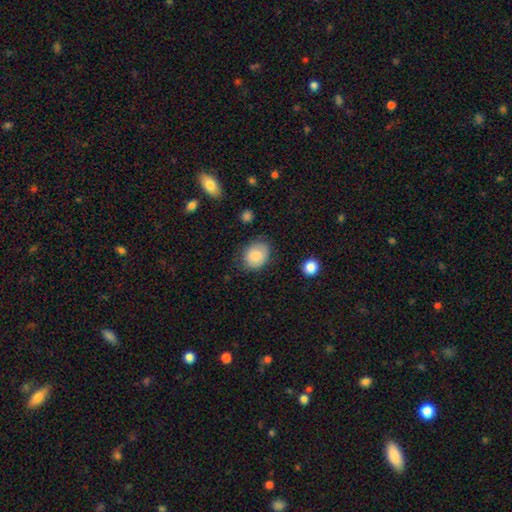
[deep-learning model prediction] Smooth or featured: smooth — 84% (featured or disk — 8%)
How rounded: in between — 55% (round — 44%)
Merging: none — 73% (minor disturbance — 20%)